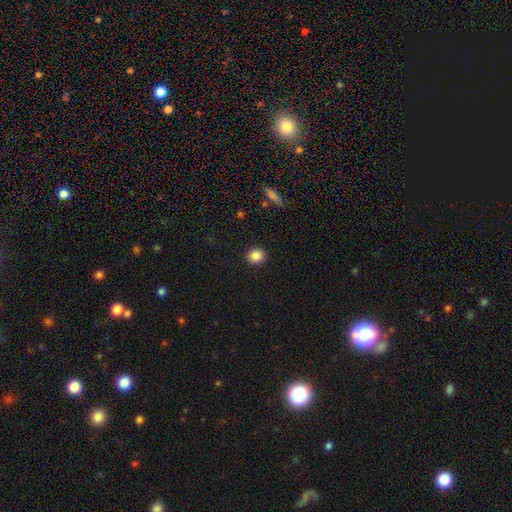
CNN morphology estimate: Overall: smooth (86%). How rounded: round (80%). Merging: none (91%).